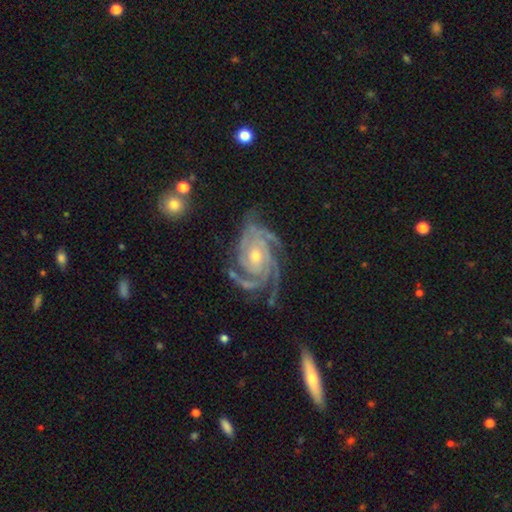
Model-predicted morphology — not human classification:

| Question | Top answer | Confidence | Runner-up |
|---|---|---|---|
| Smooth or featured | featured or disk | 94% | star or artifact (4%) |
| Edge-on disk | no | 98% | yes (2%) |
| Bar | no | 66% | weak (23%) |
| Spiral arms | yes | 99% | no (1%) |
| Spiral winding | tight | 72% | medium (25%) |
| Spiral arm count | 4 | 36% | 3 (35%) |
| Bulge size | small | 49% | moderate (48%) |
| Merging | none | 69% | minor disturbance (20%) |